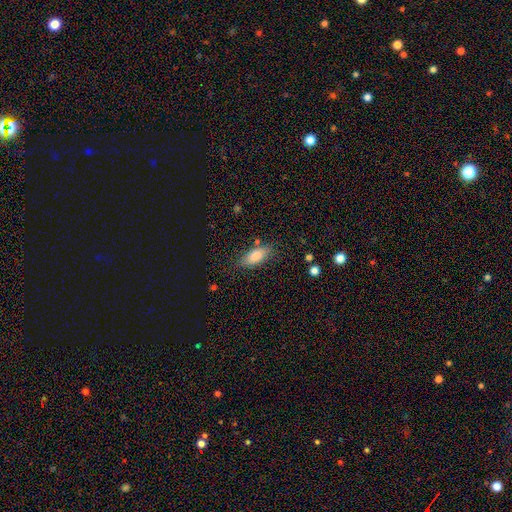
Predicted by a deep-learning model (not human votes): Morphology: type=smooth (82%); roundness=in between (80%); merging=none (79%).